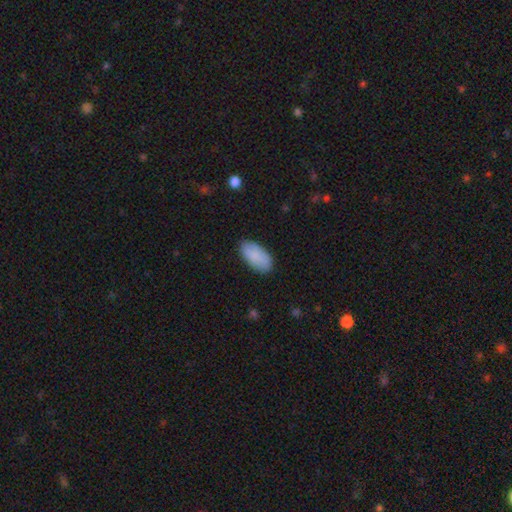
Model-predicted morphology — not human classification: This is clearly a smooth galaxy (89%). How rounded: clearly in between (95%). Merging: clearly none (85%).